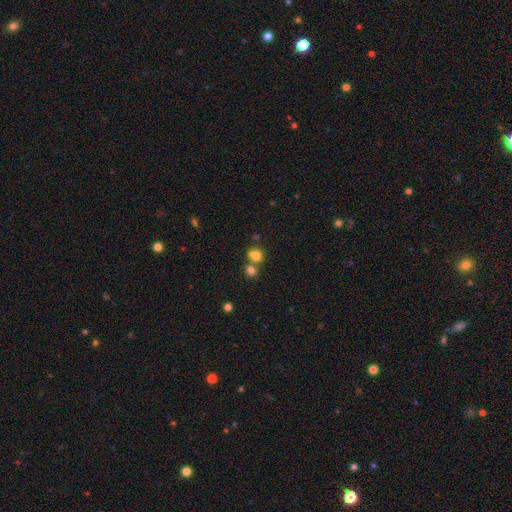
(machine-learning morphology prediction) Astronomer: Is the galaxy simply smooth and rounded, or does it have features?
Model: smooth — 78%.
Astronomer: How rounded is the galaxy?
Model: round — 67%.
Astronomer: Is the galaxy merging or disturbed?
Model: merger — 46% (runner-up: none, 41%).